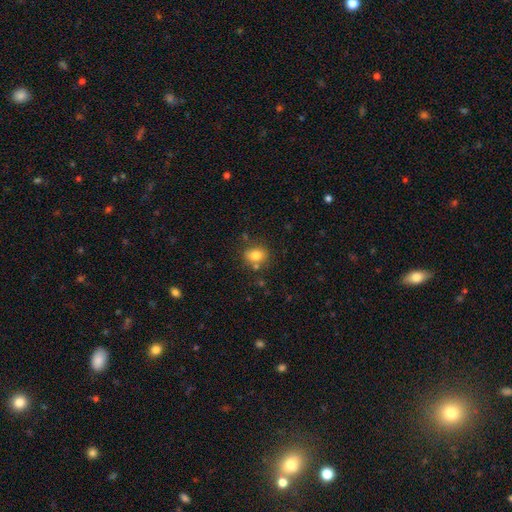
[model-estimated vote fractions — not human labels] Morphology: type=smooth (80%); roundness=round (55%); merging=none (72%).